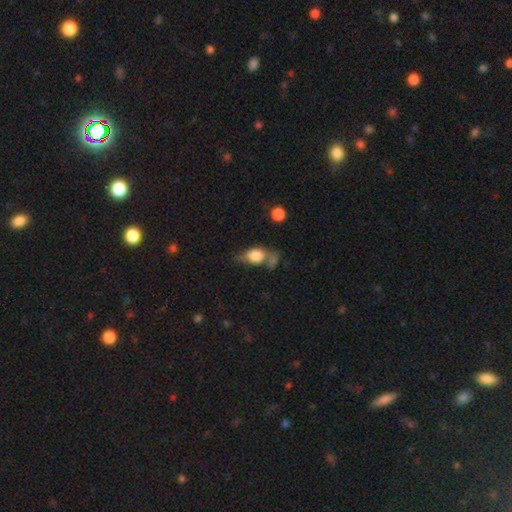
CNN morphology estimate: A smooth galaxy with no disk features (71%) that is in between round and cigar-shaped (73%). Merging: none (38%).